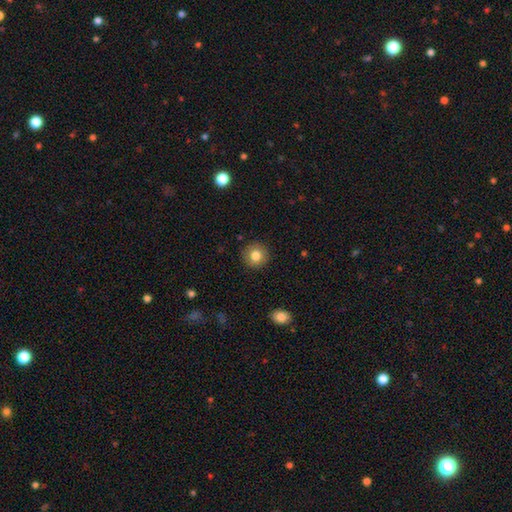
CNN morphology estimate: smooth 82%, star or artifact 9%, featured or disk 9%. Down the decision tree: how rounded — round (93%); merging — none (90%).